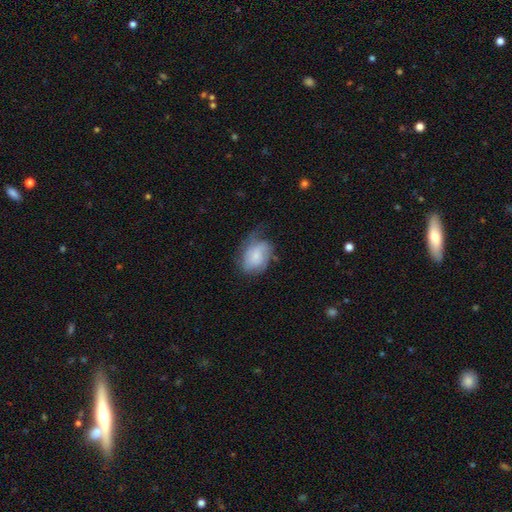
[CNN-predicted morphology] Q: Smooth or featured?
A: smooth (49%); runner-up: featured or disk (44%)
Q: Merging?
A: none (41%); runner-up: minor disturbance (33%)